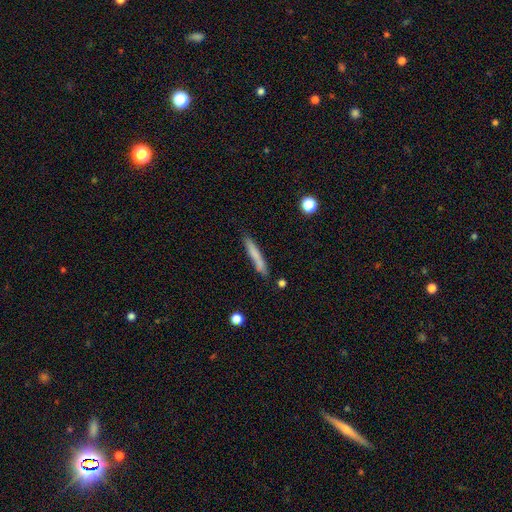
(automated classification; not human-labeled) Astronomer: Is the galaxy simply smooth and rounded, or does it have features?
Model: smooth — 71%.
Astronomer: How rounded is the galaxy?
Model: cigar-shaped — 94%.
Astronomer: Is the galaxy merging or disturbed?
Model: none — 76%.